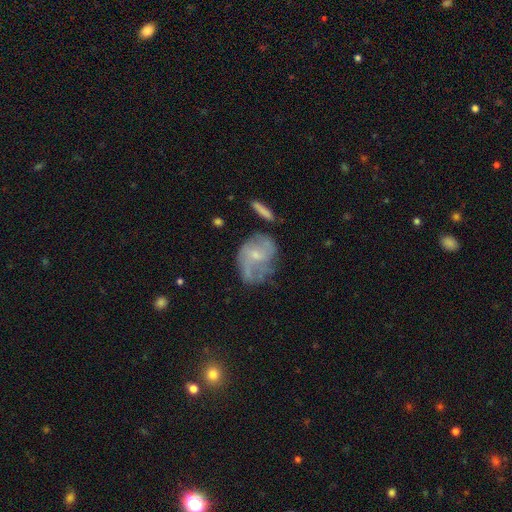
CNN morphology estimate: Overall: featured or disk (64%; smooth 27%). Edge-on disk: no (97%). Bar: no (62%; weak 33%). Spiral arms: yes (68%; no 32%). Bulge size: small (65%). Merging: none (43%; minor disturbance 27%).